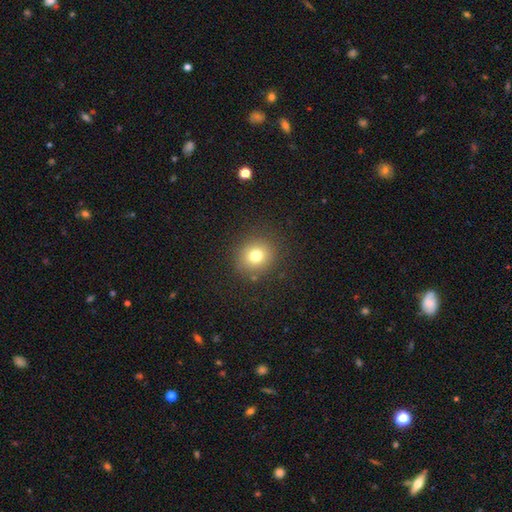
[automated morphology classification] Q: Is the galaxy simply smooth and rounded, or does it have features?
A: smooth — 76%.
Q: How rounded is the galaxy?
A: round — 82%.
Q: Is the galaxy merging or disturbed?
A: none — 86%.